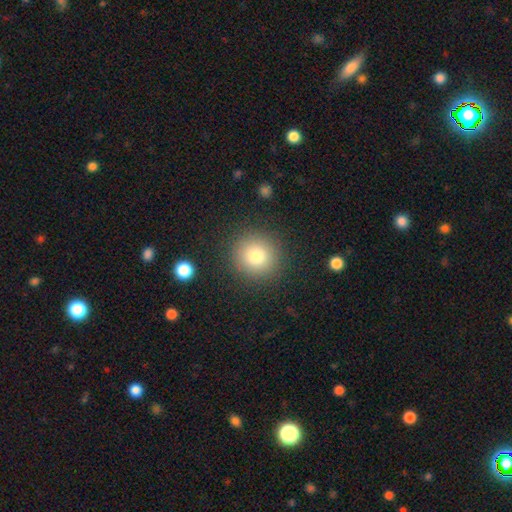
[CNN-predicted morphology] smooth 78%, star or artifact 12%, featured or disk 10%. Down the decision tree: how rounded — round (93%); merging — none (88%).